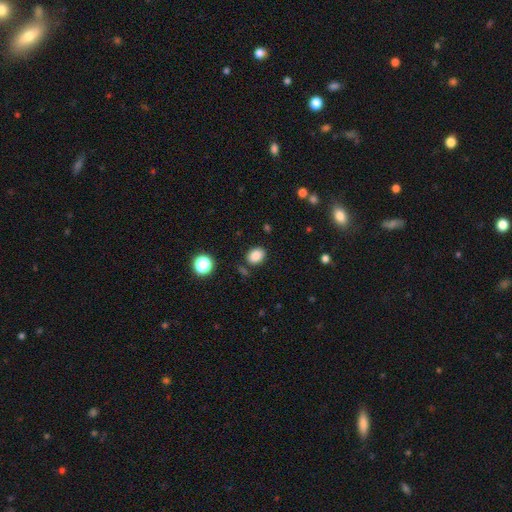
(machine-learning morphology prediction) smooth_or_featured: smooth (p=0.85) [alt: star or artifact p=0.11]
how_rounded: in between (p=0.60) [alt: round p=0.39]
merging: none (p=0.82) [alt: minor disturbance p=0.11]